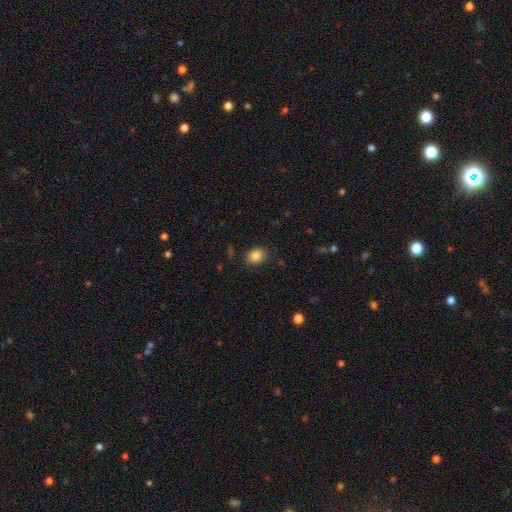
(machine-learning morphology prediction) This is clearly a smooth galaxy (85%). How rounded: possibly in between (57%). Merging: clearly none (84%).